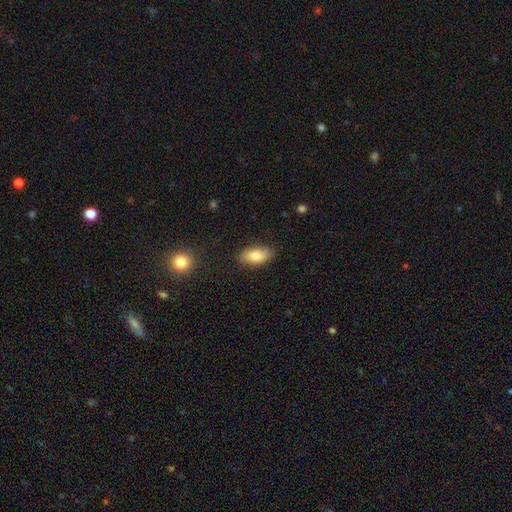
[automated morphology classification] smooth_or_featured: smooth (p=0.81) [alt: featured or disk p=0.12]
how_rounded: in between (p=0.89) [alt: cigar-shaped p=0.07]
merging: none (p=0.83) [alt: minor disturbance p=0.13]